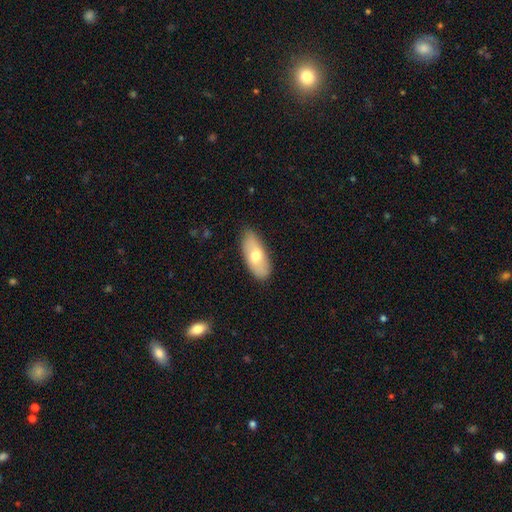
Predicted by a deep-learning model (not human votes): smooth_or_featured: smooth (p=0.67) [alt: featured or disk p=0.27]
how_rounded: in between (p=0.86) [alt: cigar-shaped p=0.11]
merging: none (p=0.81) [alt: minor disturbance p=0.15]